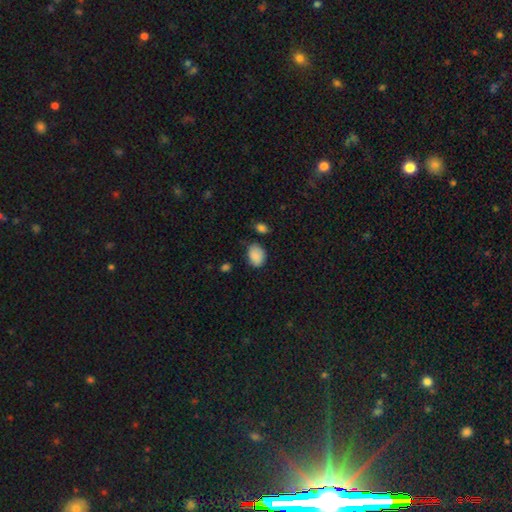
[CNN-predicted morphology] Smooth or featured?
  - smooth: 87% *
  - star or artifact: 8%
  - featured or disk: 5%
How rounded?
  - in between: 71% *
  - round: 28%
  - cigar-shaped: 1%
Merging?
  - none: 67% *
  - minor disturbance: 24%
  - major disturbance: 5%
  - merger: 3%